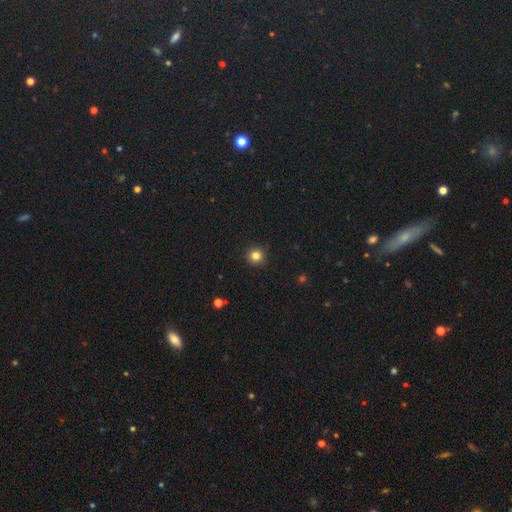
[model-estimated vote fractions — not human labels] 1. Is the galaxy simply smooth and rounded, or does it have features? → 83% smooth, 12% star or artifact, 5% featured or disk.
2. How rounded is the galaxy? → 95% round, 4% in between, 1% cigar-shaped.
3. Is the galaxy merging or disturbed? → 93% none, 5% minor disturbance, 2% major disturbance, 1% merger.